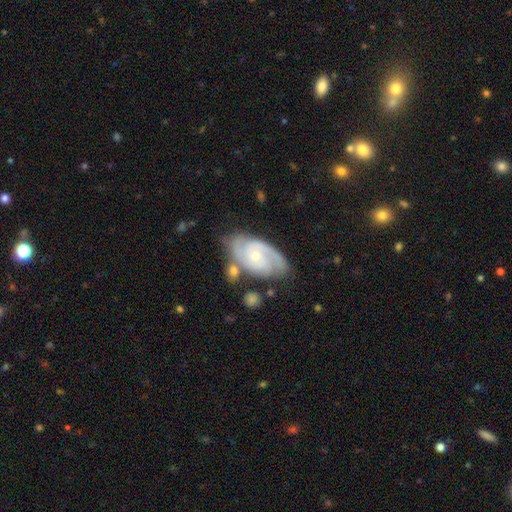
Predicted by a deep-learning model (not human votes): Q: Smooth or featured?
A: featured or disk (85%); runner-up: smooth (10%)
Q: Edge-on disk?
A: no (96%); runner-up: yes (4%)
Q: Bar?
A: no (65%); runner-up: weak (29%)
Q: Spiral arms?
A: yes (97%); runner-up: no (3%)
Q: Spiral winding?
A: tight (55%); runner-up: medium (37%)
Q: Spiral arm count?
A: 2 (61%); runner-up: 3 (18%)
Q: Bulge size?
A: small (66%); runner-up: moderate (30%)
Q: Merging?
A: none (68%); runner-up: minor disturbance (18%)